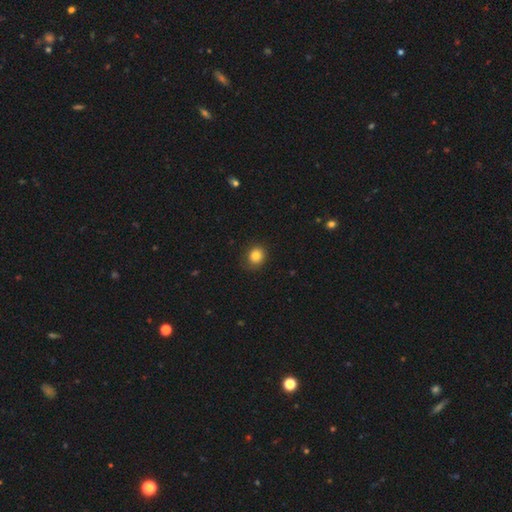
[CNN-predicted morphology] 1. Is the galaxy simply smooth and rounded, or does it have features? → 83% smooth, 11% star or artifact, 6% featured or disk.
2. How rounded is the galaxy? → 78% round, 21% in between, 1% cigar-shaped.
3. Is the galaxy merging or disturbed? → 83% none, 13% minor disturbance, 3% major disturbance, 1% merger.